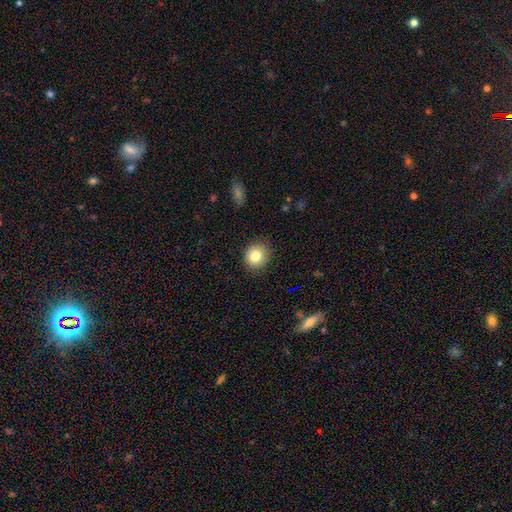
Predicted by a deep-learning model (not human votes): smooth 82%, star or artifact 9%, featured or disk 9%. Down the decision tree: how rounded — round (75%); merging — none (84%).